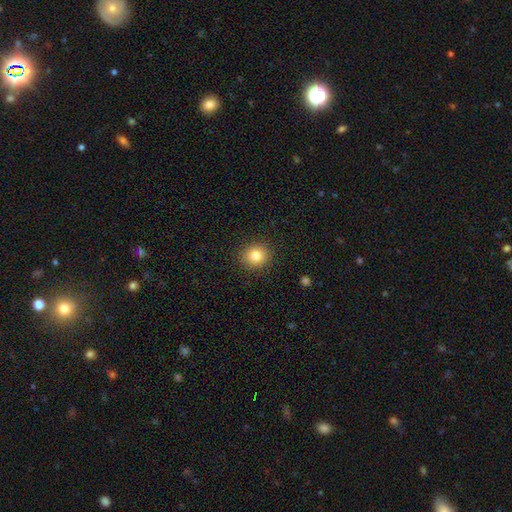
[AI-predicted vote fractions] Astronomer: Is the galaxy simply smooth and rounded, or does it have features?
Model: smooth — 83%.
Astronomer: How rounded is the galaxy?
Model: round — 88%.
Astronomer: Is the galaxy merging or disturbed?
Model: none — 91%.